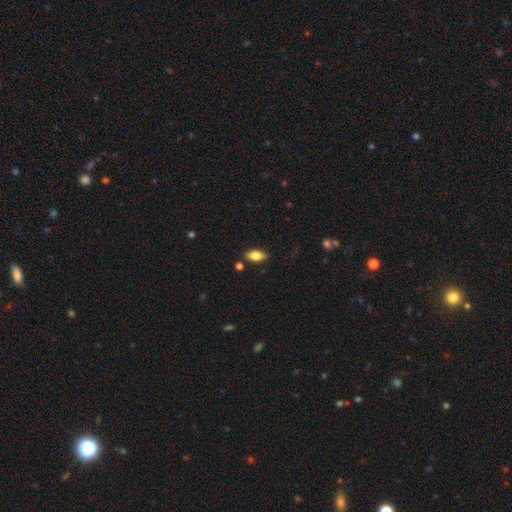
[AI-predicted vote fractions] Q: Smooth or featured?
A: smooth (76%); runner-up: featured or disk (17%)
Q: How rounded?
A: in between (89%); runner-up: cigar-shaped (8%)
Q: Merging?
A: none (86%); runner-up: minor disturbance (9%)